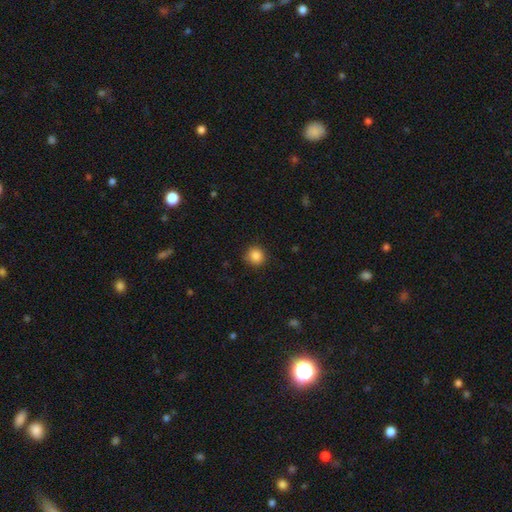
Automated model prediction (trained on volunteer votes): smooth 86%, star or artifact 10%, featured or disk 4%. Down the decision tree: how rounded — round (92%); merging — none (88%).